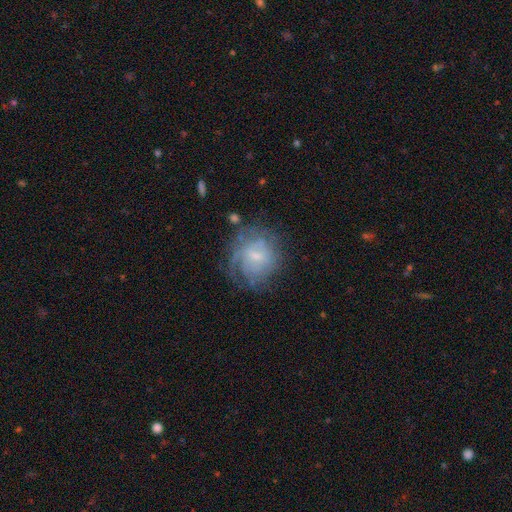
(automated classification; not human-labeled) A featured or disk galaxy (61%) with a weak bar (49%), spiral arms (71%) and a small central bulge (52%).

Vote fractions:
- Smooth or featured? featured or disk: 61% / smooth: 30% / star or artifact: 10%
- Edge-on disk? no: 97% / yes: 3%
- Bar? weak: 49% / no: 43% / strong: 8%
- Spiral arms? yes: 71% / no: 29%
- Bulge size? small: 52% / moderate: 29% / none: 15% / large: 3% / dominant: 1%
- Merging? none: 57% / minor disturbance: 22% / major disturbance: 19% / merger: 3%